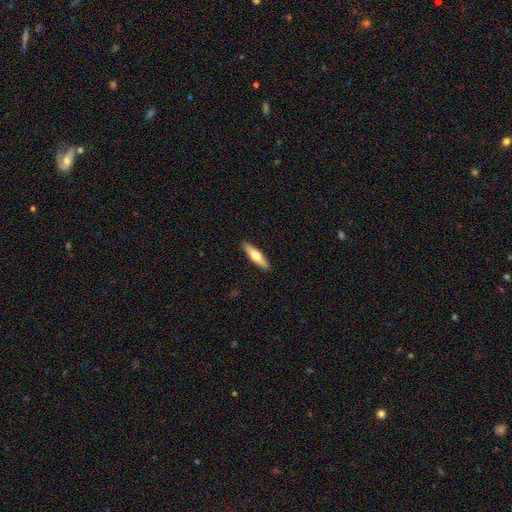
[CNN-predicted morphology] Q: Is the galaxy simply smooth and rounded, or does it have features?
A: smooth — 52%.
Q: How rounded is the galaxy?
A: cigar-shaped — 78%.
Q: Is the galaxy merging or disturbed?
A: none — 91%.